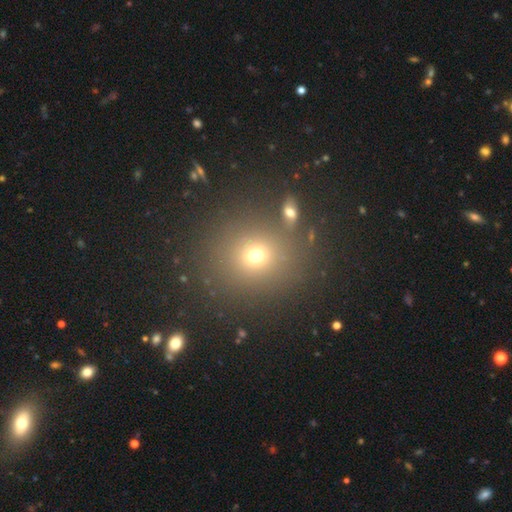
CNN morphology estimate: smooth-or-featured: smooth: 67% | star or artifact: 23% | featured or disk: 10%
  how-rounded: round: 80% | in between: 18% | cigar-shaped: 1%
  merging: none: 81% | minor disturbance: 9% | merger: 6% | major disturbance: 4%